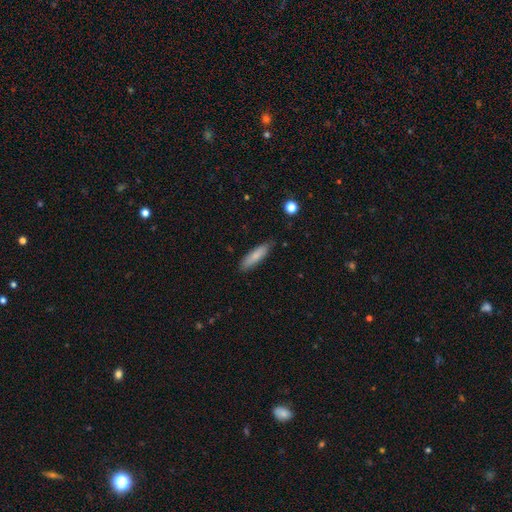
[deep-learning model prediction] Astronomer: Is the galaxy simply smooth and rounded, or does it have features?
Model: smooth — 80%.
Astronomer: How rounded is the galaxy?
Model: cigar-shaped — 70%.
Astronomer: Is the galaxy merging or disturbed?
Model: none — 82%.